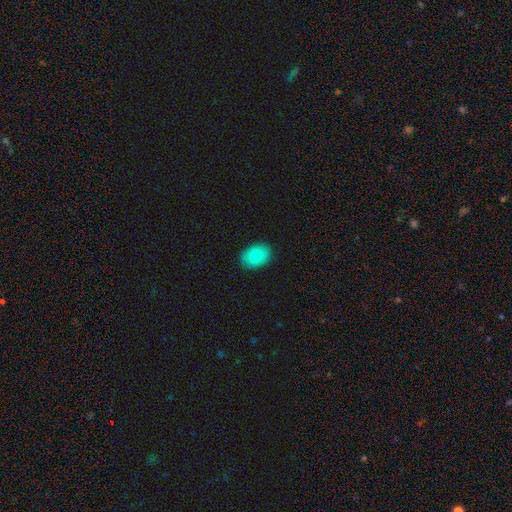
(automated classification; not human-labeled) This appears to be a smooth galaxy with no disk features (79%) that is in between round and cigar-shaped (80%). Merging: none (87%).